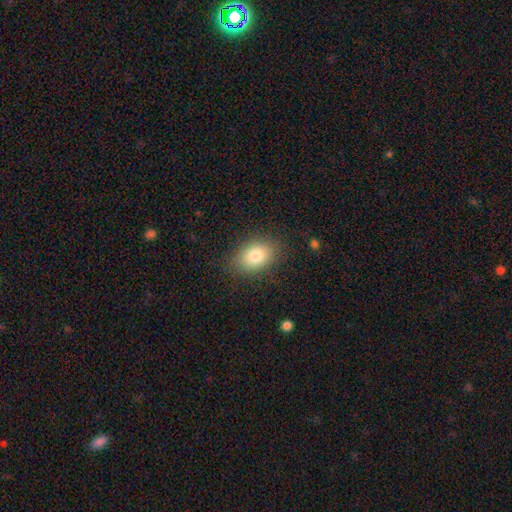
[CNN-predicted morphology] Smooth or featured: smooth — 82% (featured or disk — 9%)
How rounded: in between — 79% (round — 19%)
Merging: none — 84% (minor disturbance — 11%)